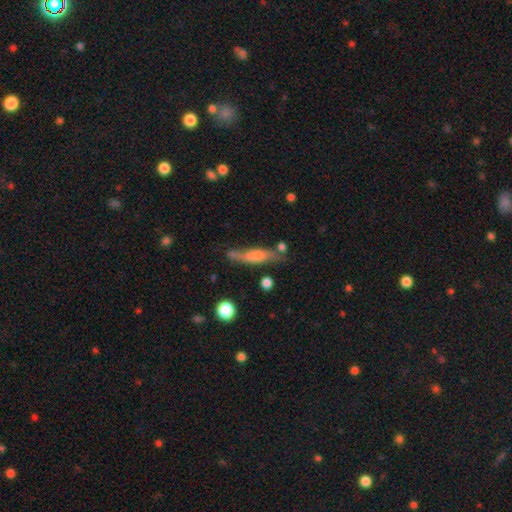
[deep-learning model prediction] Smooth or featured? Predicted: smooth (p=0.58). How rounded? Predicted: cigar-shaped (p=0.74). Merging? Predicted: none (p=0.57).